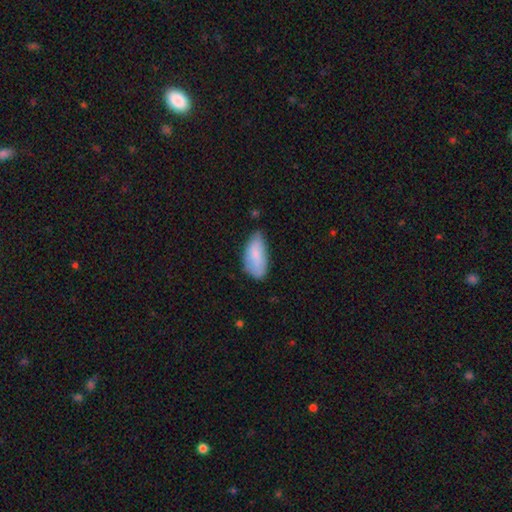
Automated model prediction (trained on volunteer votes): Morphology: type=smooth (81%); roundness=in between (90%); merging=none (52%).